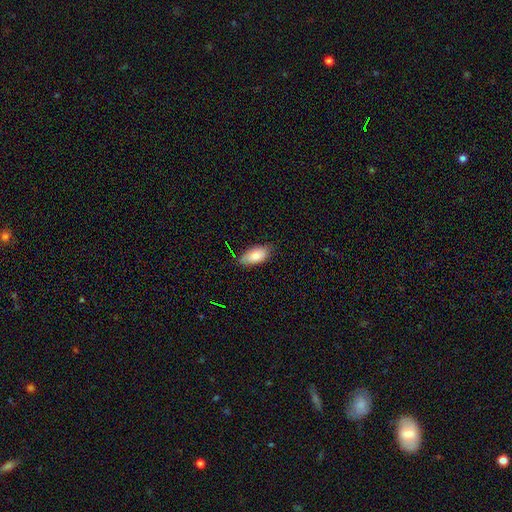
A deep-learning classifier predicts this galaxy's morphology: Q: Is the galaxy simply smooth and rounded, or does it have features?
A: smooth — 81%.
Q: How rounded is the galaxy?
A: in between — 90%.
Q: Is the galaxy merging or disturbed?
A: none — 76%.